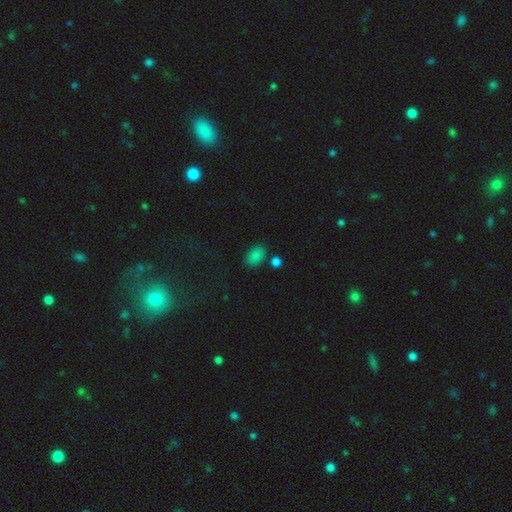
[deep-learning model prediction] Smooth or featured? smooth (83%)
How rounded? in between (86%)
Merging? none (74%)